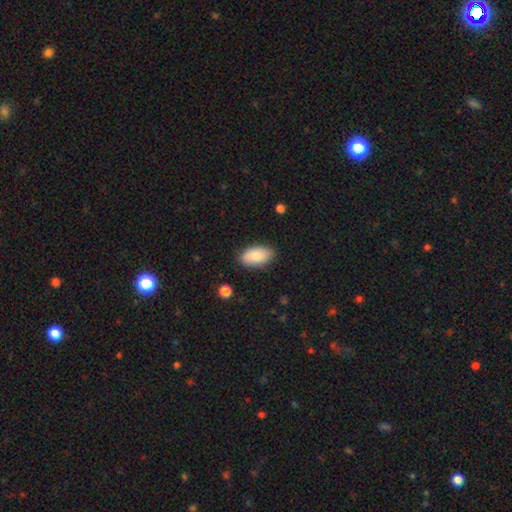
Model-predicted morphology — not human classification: This appears to be a smooth galaxy with no disk features (84%) that is in between round and cigar-shaped (94%). Merging: none (85%).